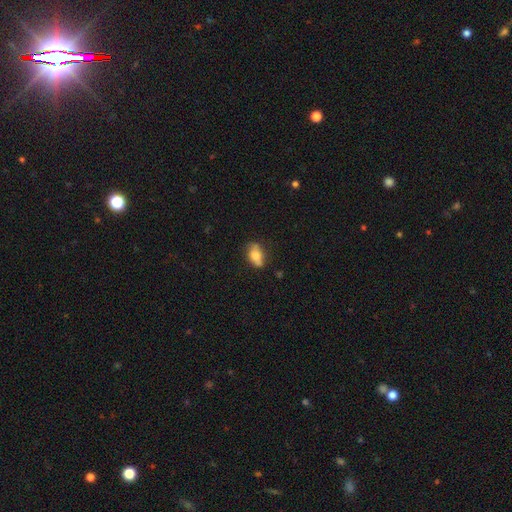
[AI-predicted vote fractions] This appears to be a smooth galaxy with no disk features (74%) that is in between round and cigar-shaped (84%). Merging: none (61%).